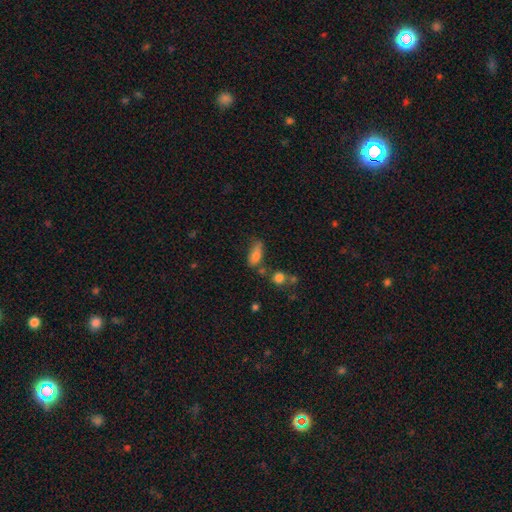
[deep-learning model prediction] Smooth or featured: smooth — 76% (featured or disk — 14%)
How rounded: in between — 72% (cigar-shaped — 23%)
Merging: none — 47% (minor disturbance — 29%)